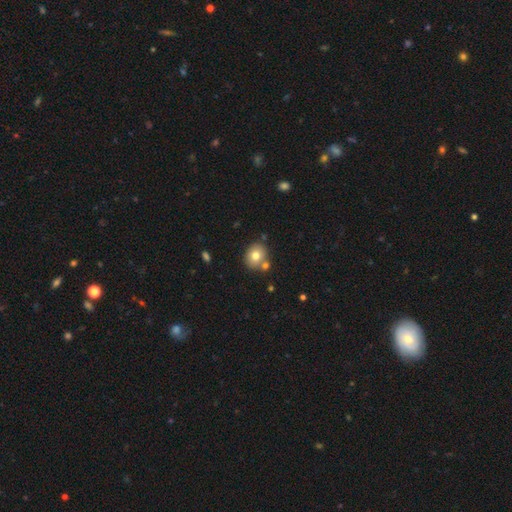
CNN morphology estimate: Overall: smooth (76%). How rounded: round (67%; in between 32%). Merging: none (69%).